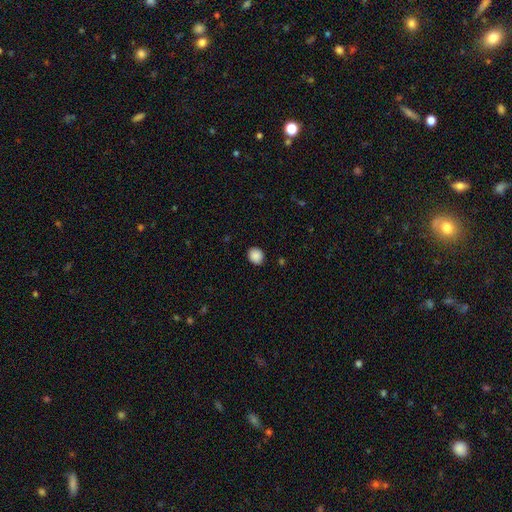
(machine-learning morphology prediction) A smooth galaxy with no disk features (89%) that is round (71%).

Vote fractions:
- Smooth or featured? smooth: 89% / star or artifact: 9% / featured or disk: 3%
- How rounded? round: 71% / in between: 28% / cigar-shaped: 1%
- Merging? none: 89% / minor disturbance: 8% / major disturbance: 2% / merger: 1%